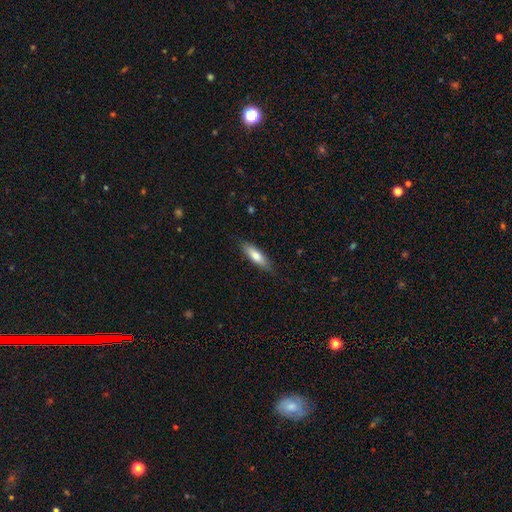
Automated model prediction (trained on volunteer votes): A smooth galaxy with no disk features (72%) that is cigar-shaped (55%).

Vote fractions:
- Smooth or featured? smooth: 72% / featured or disk: 22% / star or artifact: 6%
- How rounded? cigar-shaped: 55% / in between: 43% / round: 2%
- Merging? none: 83% / minor disturbance: 13% / major disturbance: 2% / merger: 1%